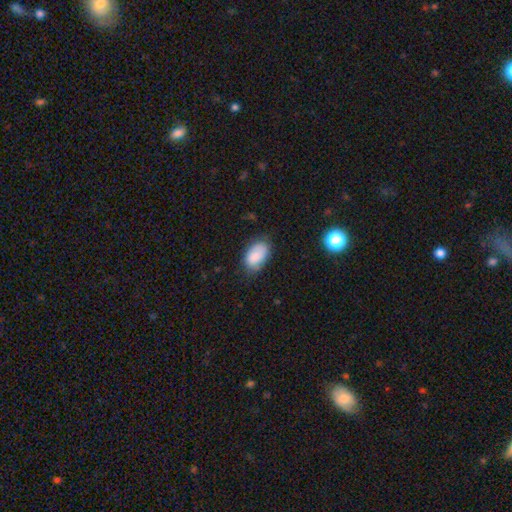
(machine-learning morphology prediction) smooth-or-featured: smooth: 85% | featured or disk: 8% | star or artifact: 7%
  how-rounded: in between: 92% | round: 6% | cigar-shaped: 1%
  merging: none: 70% | minor disturbance: 23% | major disturbance: 5% | merger: 2%